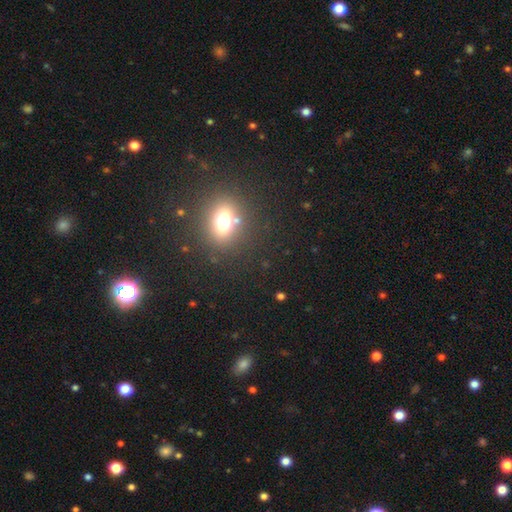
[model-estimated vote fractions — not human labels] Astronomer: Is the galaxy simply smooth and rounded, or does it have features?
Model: smooth — 54% (runner-up: star or artifact, 32%).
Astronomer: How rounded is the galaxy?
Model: in between — 53% (runner-up: round, 42%).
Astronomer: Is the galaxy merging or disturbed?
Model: none — 88%.